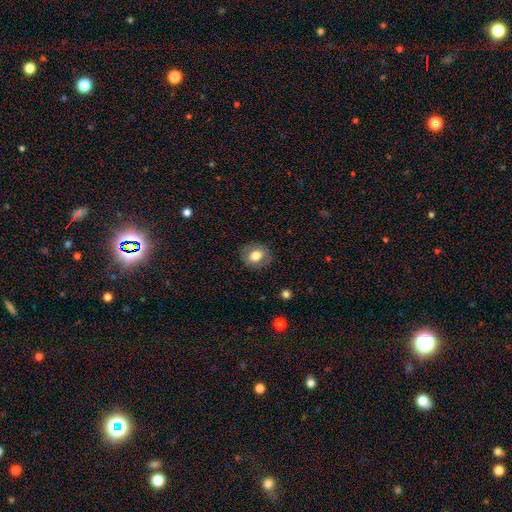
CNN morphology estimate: The model was most divided on "how rounded": round: 53%, in between: 46%, cigar-shaped: 1%. More confident: merging — none (83%); smooth or featured — smooth (74%).